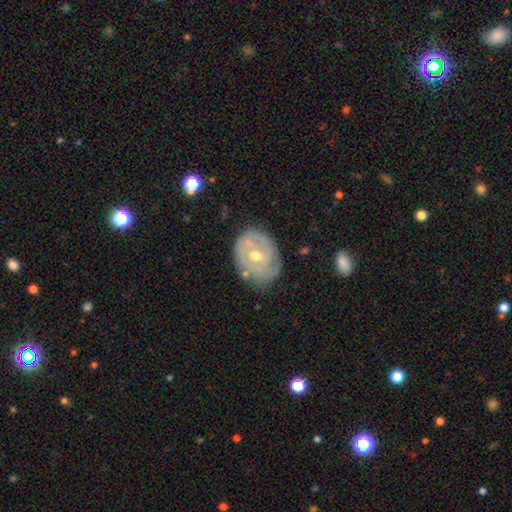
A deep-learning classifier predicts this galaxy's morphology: featured or disk 72%, smooth 22%, star or artifact 6%. Down the decision tree: edge-on disk — no (96%); bar — no (69%); spiral arms — yes (67%); bulge size — moderate (67%); merging — none (63%).